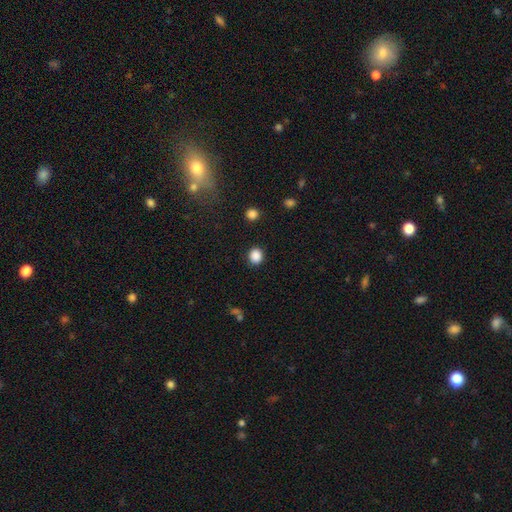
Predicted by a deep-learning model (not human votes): Smooth or featured: smooth — 87% (star or artifact — 10%)
How rounded: round — 77% (in between — 22%)
Merging: none — 88% (minor disturbance — 7%)